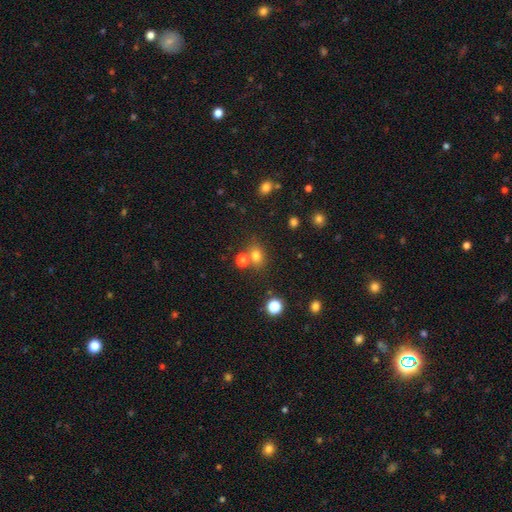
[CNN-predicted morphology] Smooth or featured?
  - smooth: 75% *
  - star or artifact: 17%
  - featured or disk: 8%
How rounded?
  - round: 52% *
  - in between: 47%
  - cigar-shaped: 1%
Merging?
  - none: 63% *
  - merger: 22%
  - minor disturbance: 11%
  - major disturbance: 4%